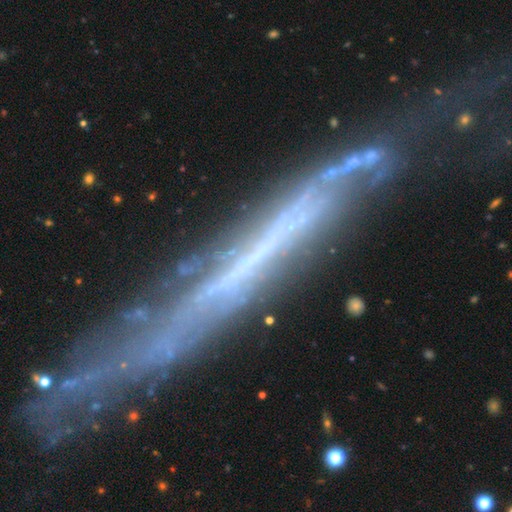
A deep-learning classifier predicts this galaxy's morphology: Q: Smooth or featured?
A: featured or disk (74%); runner-up: smooth (16%)
Q: Edge-on disk?
A: yes (82%); runner-up: no (18%)
Q: Edge-on bulge?
A: none (84%); runner-up: rounded (9%)
Q: Merging?
A: none (61%); runner-up: minor disturbance (24%)